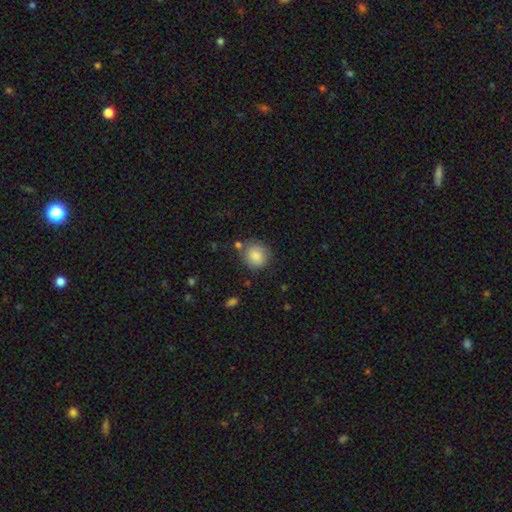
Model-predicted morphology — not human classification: smooth 79%, featured or disk 13%, star or artifact 8%. Down the decision tree: how rounded — round (84%); merging — none (74%).